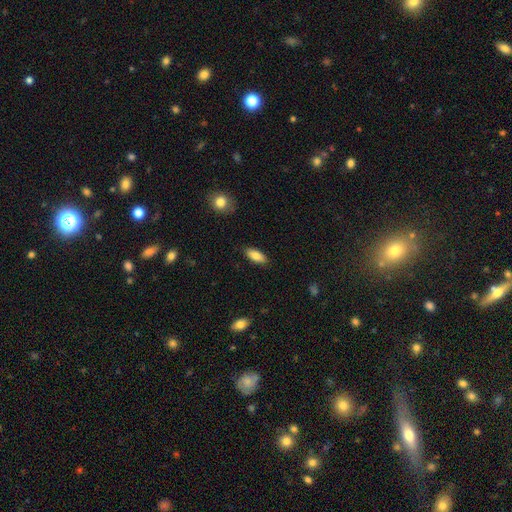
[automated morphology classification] This appears to be a smooth galaxy with no disk features (86%) that is in between round and cigar-shaped (80%). Merging: none (87%).